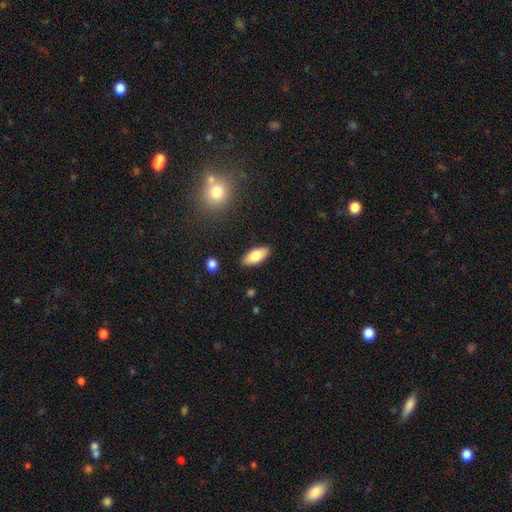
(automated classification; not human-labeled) Smooth or featured?
  - smooth: 77% *
  - featured or disk: 16%
  - star or artifact: 7%
How rounded?
  - in between: 85% *
  - cigar-shaped: 12%
  - round: 2%
Merging?
  - none: 88% *
  - minor disturbance: 9%
  - major disturbance: 2%
  - merger: 1%